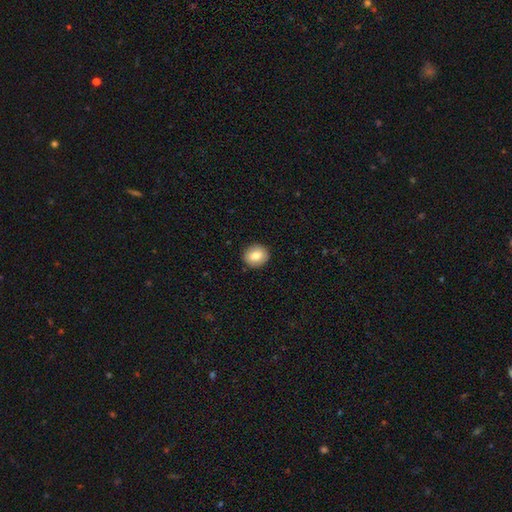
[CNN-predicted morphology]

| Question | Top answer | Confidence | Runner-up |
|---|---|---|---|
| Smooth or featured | smooth | 82% | featured or disk (10%) |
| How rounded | round | 75% | in between (24%) |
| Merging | none | 90% | minor disturbance (7%) |